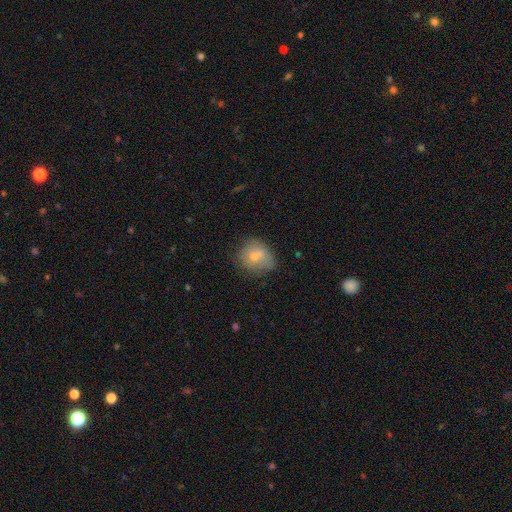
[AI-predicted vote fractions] Smooth or featured? Predicted: smooth (p=0.69). How rounded? Predicted: round (p=0.67). Merging? Predicted: none (p=0.47).